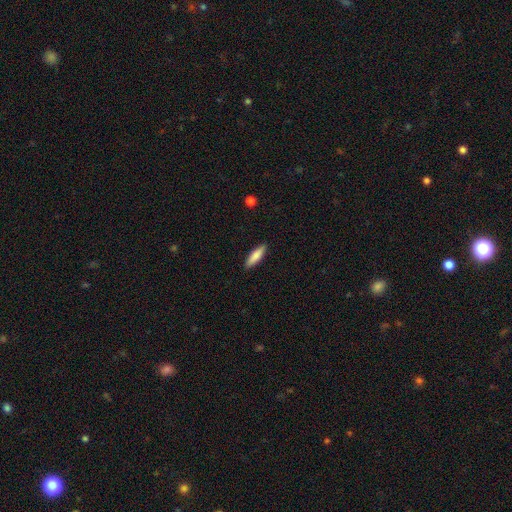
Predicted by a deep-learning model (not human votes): Smooth or featured: smooth — 81% (featured or disk — 14%)
How rounded: cigar-shaped — 64% (in between — 34%)
Merging: none — 90% (minor disturbance — 8%)